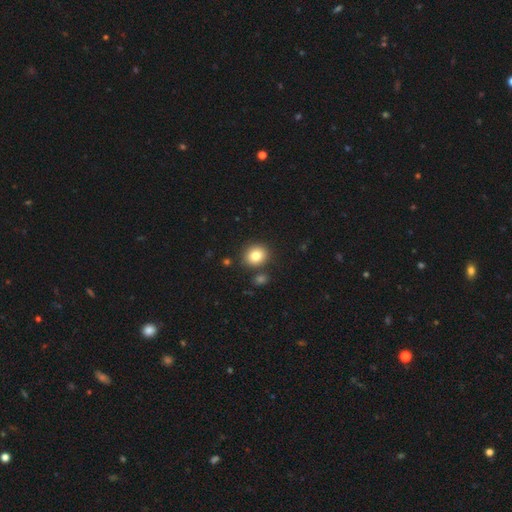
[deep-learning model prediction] smooth-or-featured: smooth: 82% | star or artifact: 10% | featured or disk: 8%
  how-rounded: round: 77% | in between: 22% | cigar-shaped: 1%
  merging: none: 84% | minor disturbance: 8% | merger: 6% | major disturbance: 2%